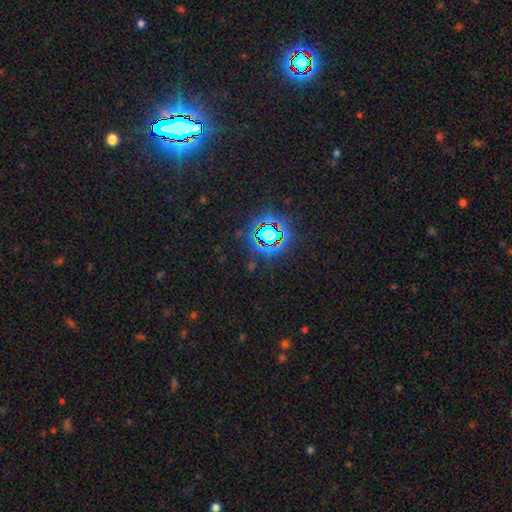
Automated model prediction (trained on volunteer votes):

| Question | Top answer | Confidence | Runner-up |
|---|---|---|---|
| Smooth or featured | star or artifact | 82% | smooth (10%) |